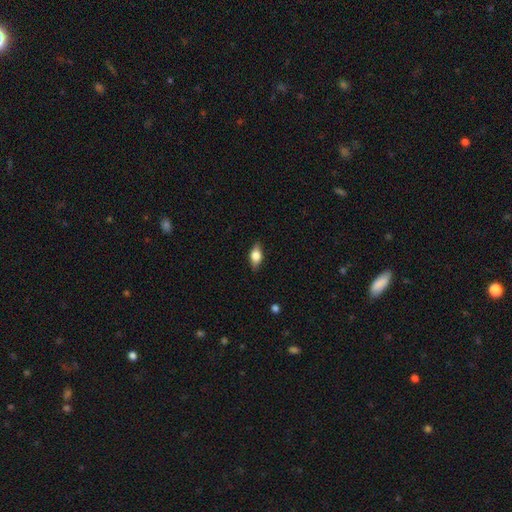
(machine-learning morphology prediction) This is likely a smooth galaxy (68%). How rounded: clearly in between (83%). Merging: clearly none (85%).